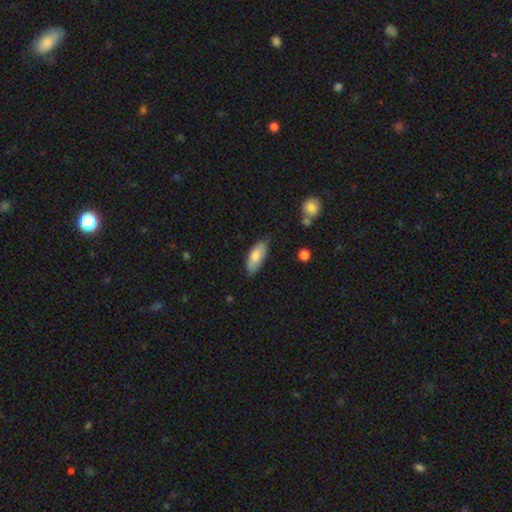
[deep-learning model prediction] smooth-or-featured: smooth: 78% | featured or disk: 16% | star or artifact: 6%
  how-rounded: in between: 83% | cigar-shaped: 15% | round: 2%
  merging: none: 70% | minor disturbance: 24% | major disturbance: 4% | merger: 2%